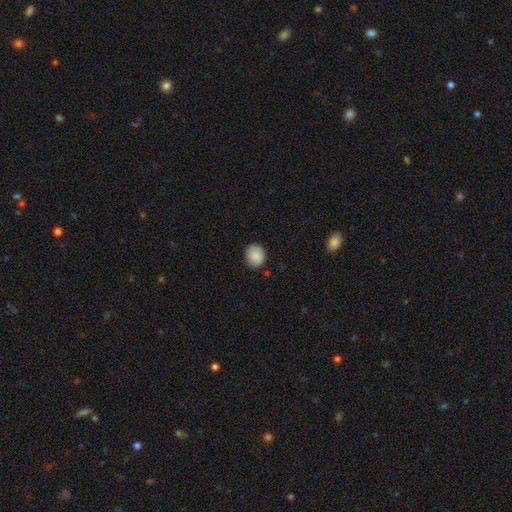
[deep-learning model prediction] This appears to be a smooth galaxy with no disk features (89%) that is round (75%). Merging: none (86%).